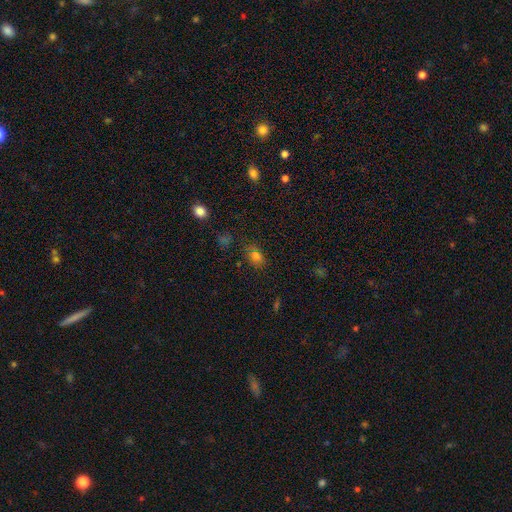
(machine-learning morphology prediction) A smooth galaxy with no disk features (74%) that is in between round and cigar-shaped (69%). Merging: none (74%).